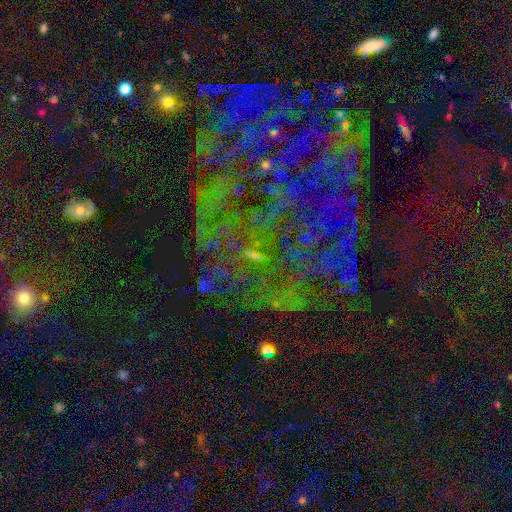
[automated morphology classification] The model was most divided on "smooth or featured": star or artifact: 74%, featured or disk: 16%, smooth: 10%.